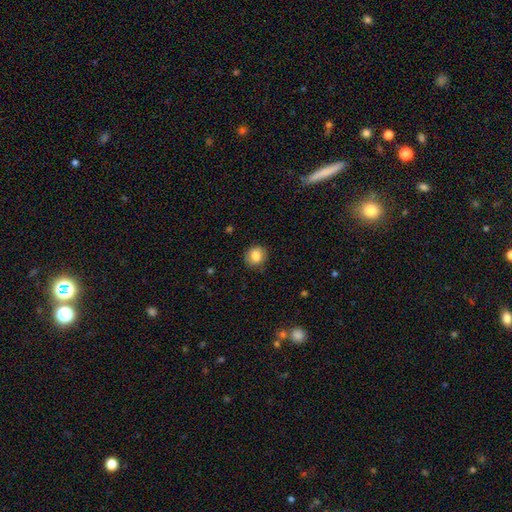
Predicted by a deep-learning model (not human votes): Morphology: type=smooth (84%); roundness=round (80%); merging=none (84%).